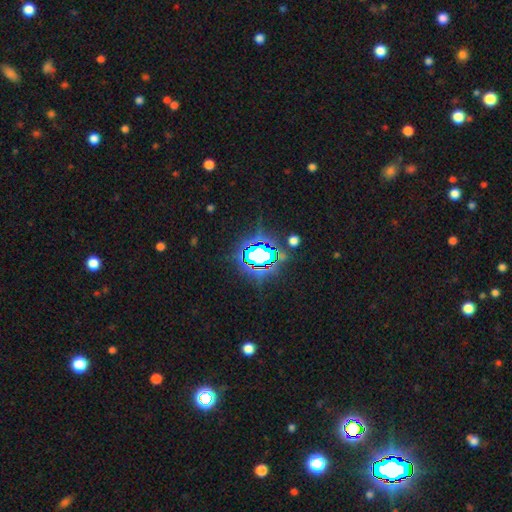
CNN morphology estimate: A star or artifact, not a galaxy (72%).

Vote fractions:
- Smooth or featured? star or artifact: 72% / smooth: 16% / featured or disk: 13%